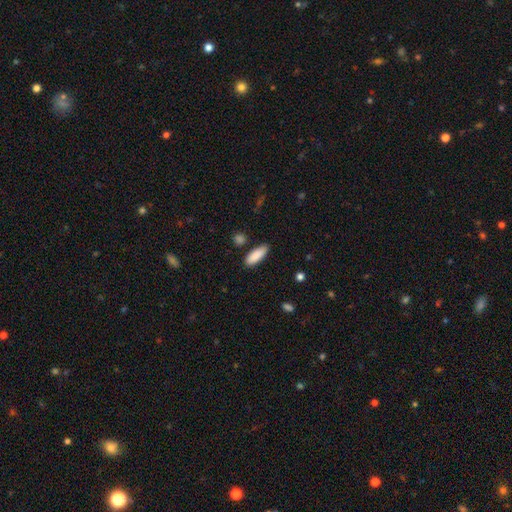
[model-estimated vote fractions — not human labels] Smooth or featured: smooth — 88% (star or artifact — 6%)
How rounded: in between — 66% (cigar-shaped — 32%)
Merging: none — 81% (minor disturbance — 13%)